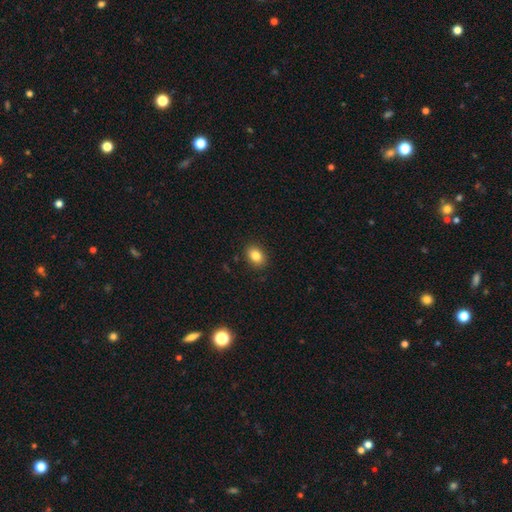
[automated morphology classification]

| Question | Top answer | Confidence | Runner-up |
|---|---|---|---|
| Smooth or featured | smooth | 84% | star or artifact (10%) |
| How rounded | in between | 73% | round (26%) |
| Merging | none | 89% | minor disturbance (8%) |